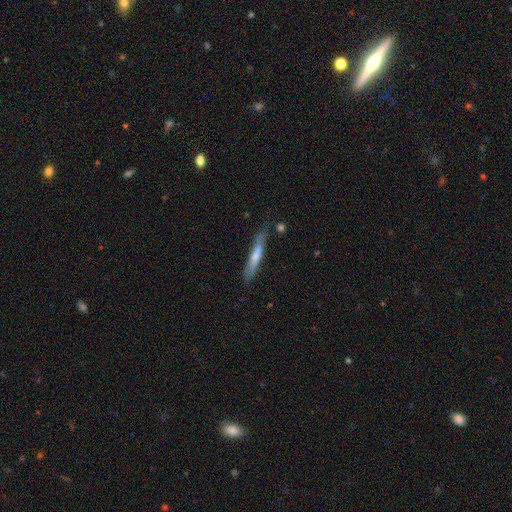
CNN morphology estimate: This is possibly a smooth galaxy (48%). Merging: likely none (75%).